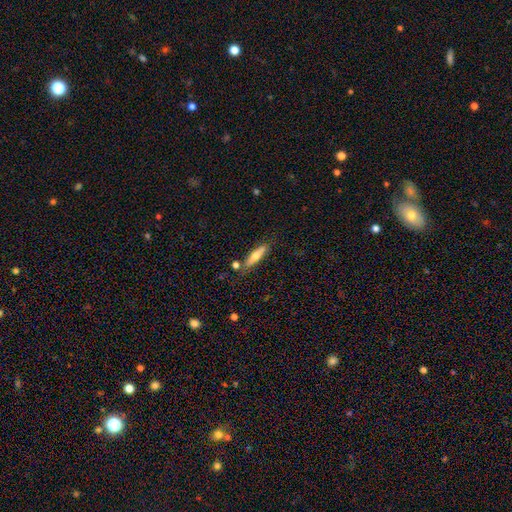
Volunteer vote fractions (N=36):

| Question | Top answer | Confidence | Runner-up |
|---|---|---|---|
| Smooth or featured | smooth | 72% | featured or disk (28%) |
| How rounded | cigar-shaped | 65% | in between (31%) |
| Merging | none | 64% | major disturbance (14%) |